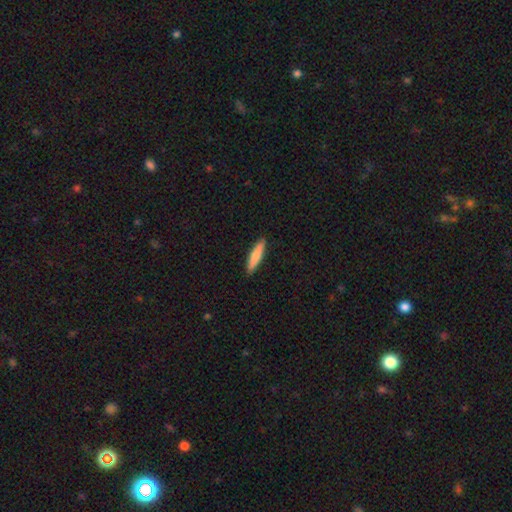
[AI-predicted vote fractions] This is likely a smooth galaxy (79%). How rounded: clearly cigar-shaped (87%). Merging: clearly none (92%).